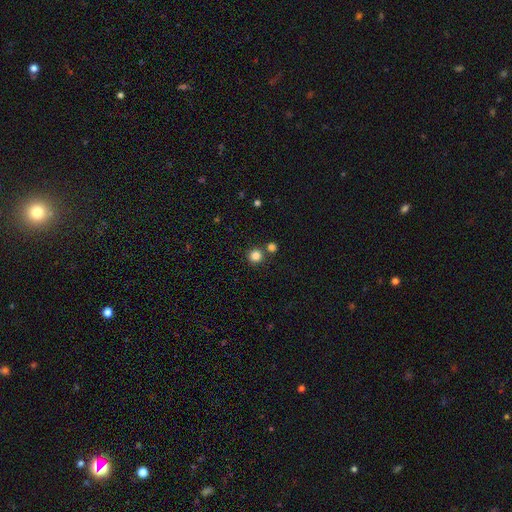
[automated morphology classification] Overall: smooth (83%). How rounded: round (94%). Merging: none (77%).